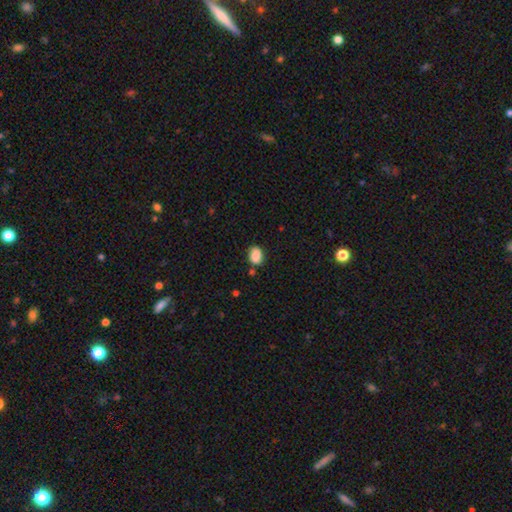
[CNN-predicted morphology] This is clearly a smooth galaxy (87%). How rounded: likely in between (68%). Merging: likely none (71%).